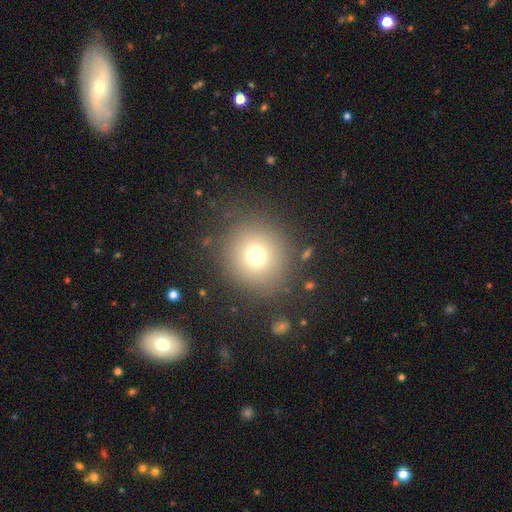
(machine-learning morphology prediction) This is likely a smooth galaxy (73%). How rounded: clearly round (89%). Merging: clearly none (84%).